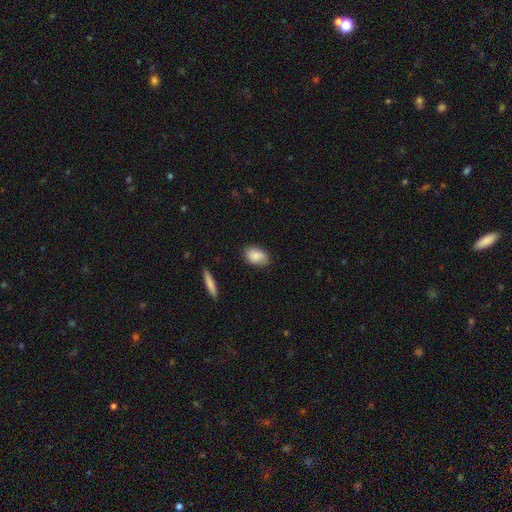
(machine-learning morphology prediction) A smooth galaxy with no disk features (86%) that is in between round and cigar-shaped (87%). Merging: none (78%).